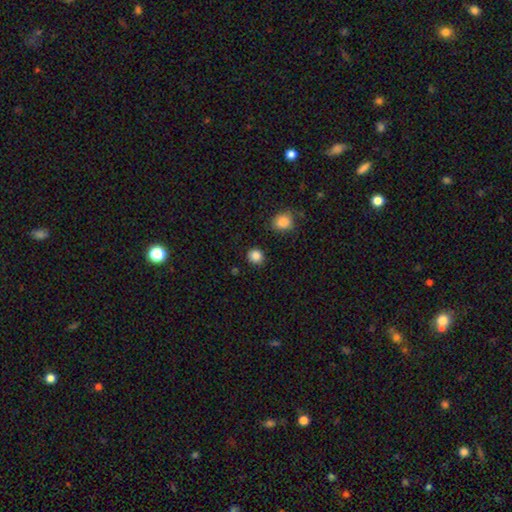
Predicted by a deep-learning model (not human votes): Overall: smooth (86%). How rounded: round (88%). Merging: none (88%).